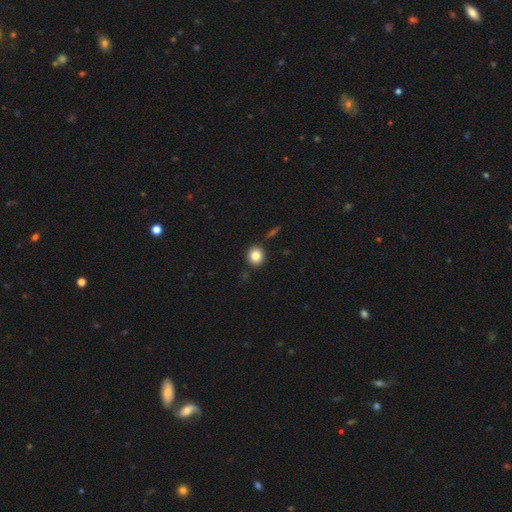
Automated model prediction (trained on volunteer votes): The model was most divided on "how rounded": round: 85%, in between: 14%, cigar-shaped: 1%. More confident: merging — none (88%); smooth or featured — smooth (84%).